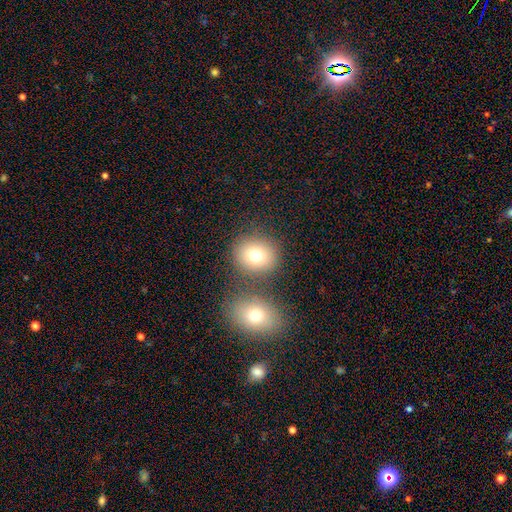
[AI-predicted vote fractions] Smooth or featured?
  - smooth: 76% *
  - star or artifact: 12%
  - featured or disk: 12%
How rounded?
  - round: 78% *
  - in between: 21%
  - cigar-shaped: 1%
Merging?
  - none: 71% *
  - merger: 16%
  - minor disturbance: 9%
  - major disturbance: 4%